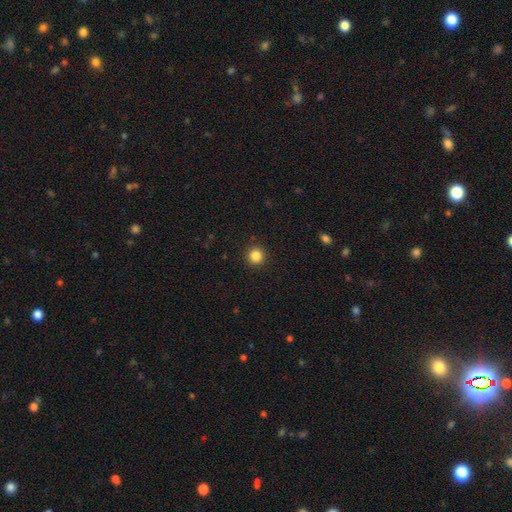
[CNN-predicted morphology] Smooth or featured? smooth (85%)
How rounded? round (93%)
Merging? none (92%)